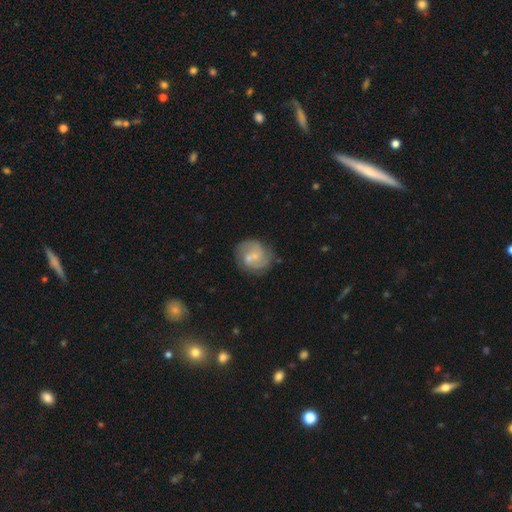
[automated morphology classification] Smooth or featured?
  - featured or disk: 65% *
  - smooth: 28%
  - star or artifact: 7%
Edge-on disk?
  - no: 98% *
  - yes: 2%
Bar?
  - no: 49% *
  - weak: 43%
  - strong: 8%
Spiral arms?
  - yes: 87% *
  - no: 13%
Spiral winding?
  - medium: 46% *
  - tight: 34%
  - loose: 20%
Spiral arm count?
  - 2: 60% *
  - can't tell: 18%
  - 3: 13%
  - 1: 4%
  - 4: 3%
  - more than 4: 2%
Bulge size?
  - small: 65% *
  - moderate: 24%
  - none: 9%
  - large: 1%
  - dominant: 1%
Merging?
  - none: 64% *
  - minor disturbance: 17%
  - merger: 13%
  - major disturbance: 7%